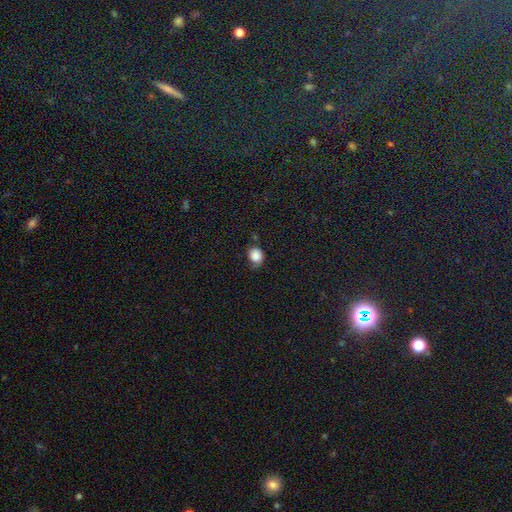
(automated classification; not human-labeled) Smooth or featured? Predicted: smooth (p=0.82). How rounded? Predicted: round (p=0.69). Merging? Predicted: none (p=0.50).